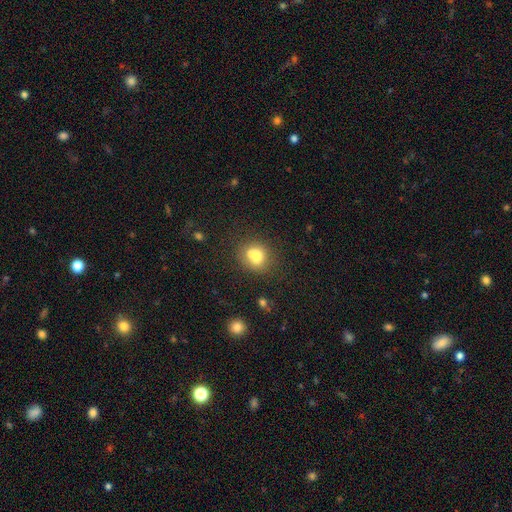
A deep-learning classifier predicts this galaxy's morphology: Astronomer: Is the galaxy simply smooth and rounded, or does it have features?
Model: smooth — 72%.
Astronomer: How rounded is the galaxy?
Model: round — 67%.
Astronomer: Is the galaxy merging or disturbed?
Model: none — 44% (runner-up: merger, 39%).